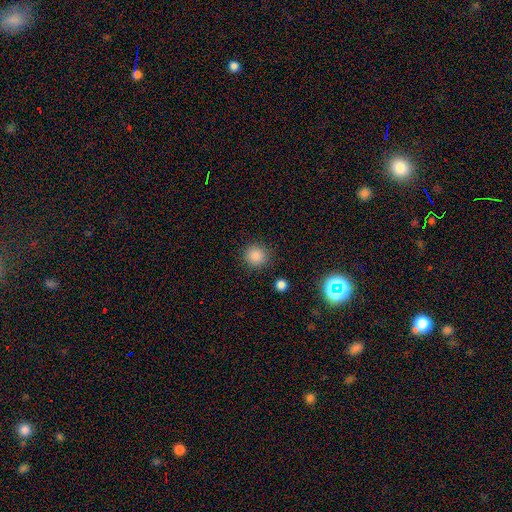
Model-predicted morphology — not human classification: Smooth or featured?
  - smooth: 86% *
  - star or artifact: 11%
  - featured or disk: 3%
How rounded?
  - round: 93% *
  - in between: 6%
  - cigar-shaped: 1%
Merging?
  - none: 89% *
  - minor disturbance: 6%
  - major disturbance: 3%
  - merger: 2%